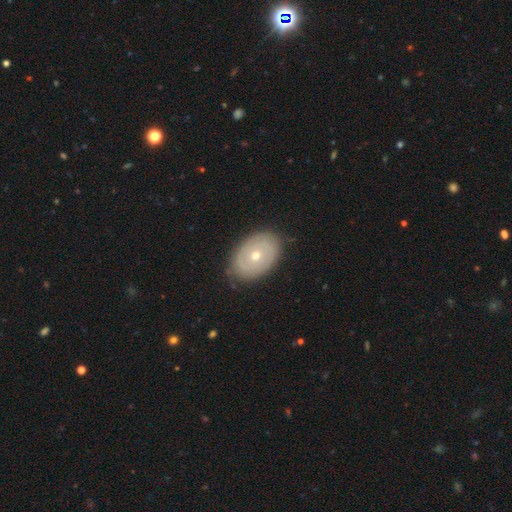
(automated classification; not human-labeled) Smooth or featured?
  - featured or disk: 51% *
  - smooth: 42%
  - star or artifact: 7%
Edge-on disk?
  - no: 92% *
  - yes: 8%
Merging?
  - none: 82% *
  - minor disturbance: 14%
  - major disturbance: 3%
  - merger: 1%